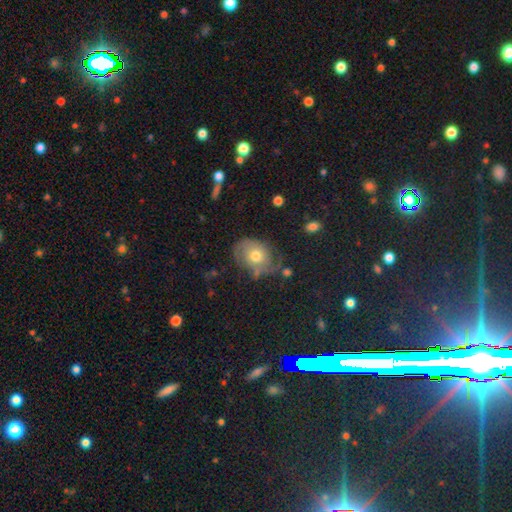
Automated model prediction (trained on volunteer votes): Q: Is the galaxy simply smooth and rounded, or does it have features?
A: featured or disk — 48%.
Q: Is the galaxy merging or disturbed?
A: none — 62%.